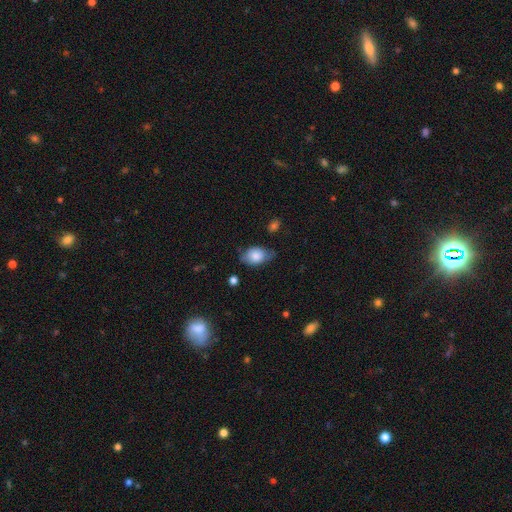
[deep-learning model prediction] Q: Smooth or featured?
A: smooth (78%); runner-up: featured or disk (14%)
Q: How rounded?
A: in between (83%); runner-up: round (15%)
Q: Merging?
A: none (58%); runner-up: minor disturbance (32%)